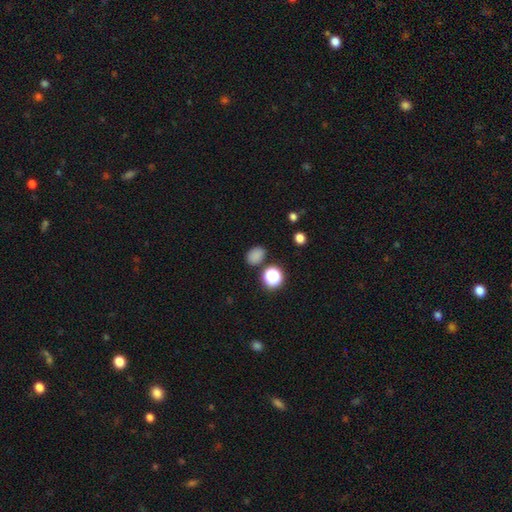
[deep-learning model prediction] A smooth galaxy with no disk features (79%) that is in between round and cigar-shaped (66%). Merging: none (80%).